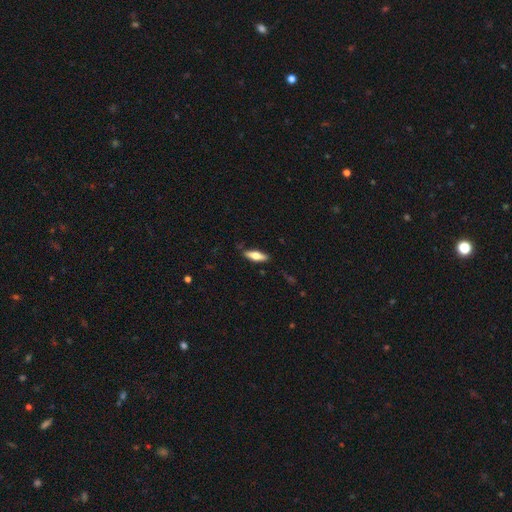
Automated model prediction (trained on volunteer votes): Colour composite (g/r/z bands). It shows a smooth galaxy with no disk features (59%) that is in between round and cigar-shaped (50%). Merging: none (85%).